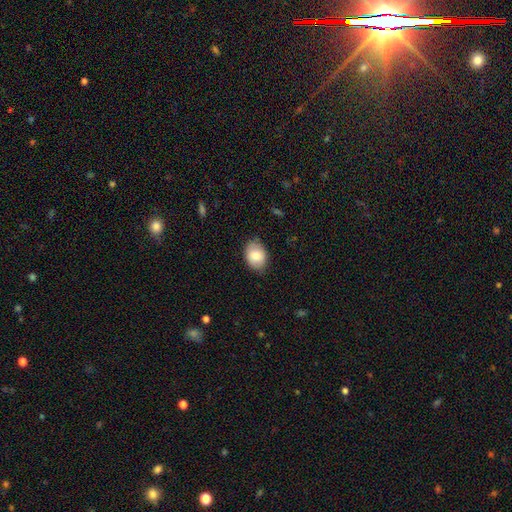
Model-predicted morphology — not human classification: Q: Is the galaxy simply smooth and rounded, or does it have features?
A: smooth — 81%.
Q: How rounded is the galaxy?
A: in between — 72%.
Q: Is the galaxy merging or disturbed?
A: none — 79%.